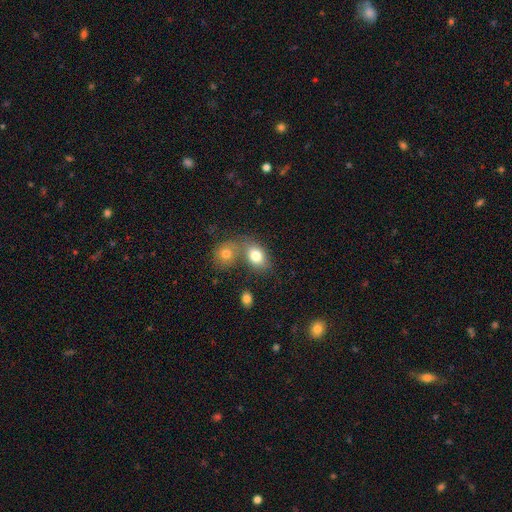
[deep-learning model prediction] Smooth or featured? Predicted: smooth (p=0.79). How rounded? Predicted: in between (p=0.72). Merging? Predicted: none (p=0.42, tied with merger).